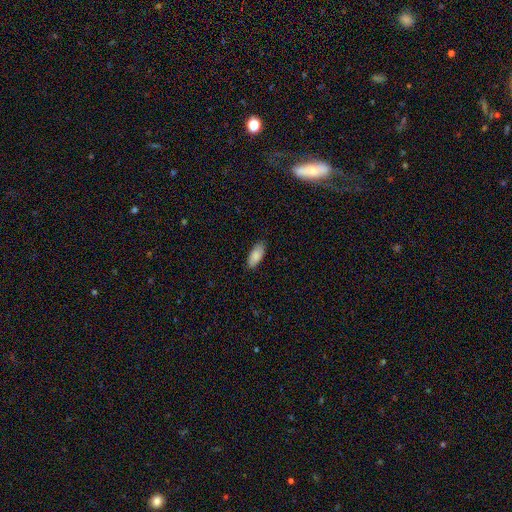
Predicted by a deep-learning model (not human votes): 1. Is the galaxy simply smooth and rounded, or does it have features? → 86% smooth, 8% featured or disk, 6% star or artifact.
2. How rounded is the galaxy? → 87% in between, 12% cigar-shaped, 2% round.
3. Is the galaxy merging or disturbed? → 83% none, 14% minor disturbance, 2% major disturbance, 1% merger.